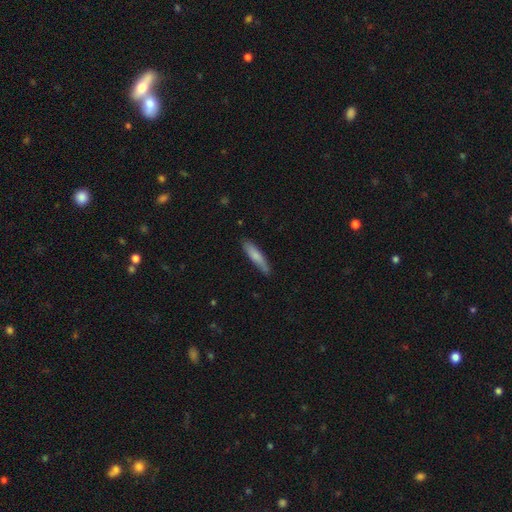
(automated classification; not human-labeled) Smooth or featured? smooth (75%)
How rounded? cigar-shaped (83%)
Merging? none (81%)